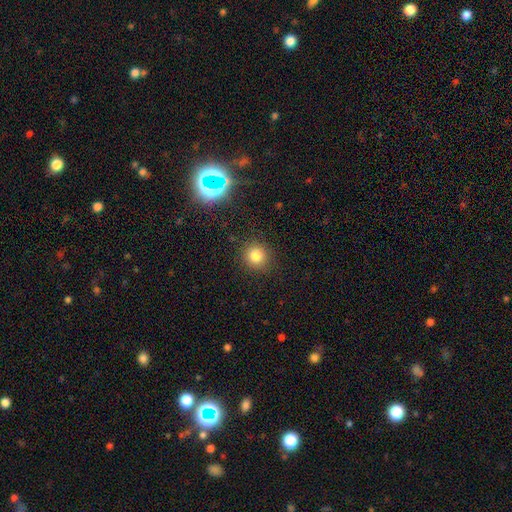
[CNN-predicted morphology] Q: Smooth or featured?
A: smooth (78%); runner-up: star or artifact (15%)
Q: How rounded?
A: round (92%); runner-up: in between (7%)
Q: Merging?
A: none (89%); runner-up: minor disturbance (7%)